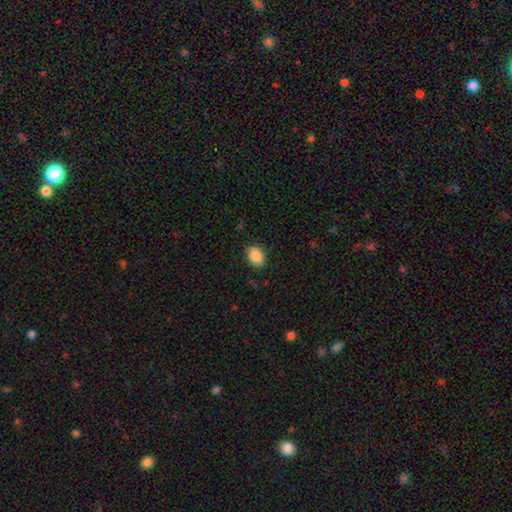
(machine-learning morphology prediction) Smooth or featured? smooth (89%)
How rounded? in between (74%)
Merging? none (87%)